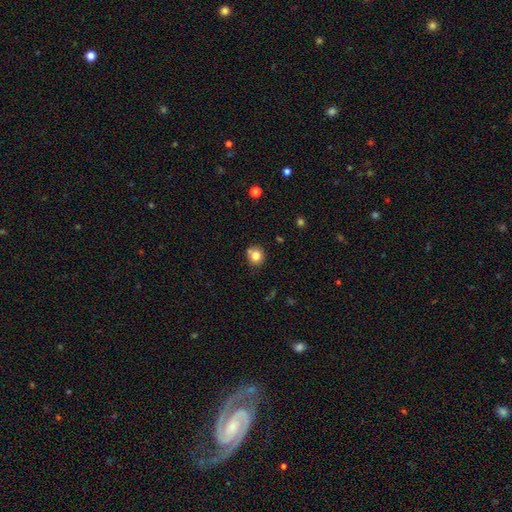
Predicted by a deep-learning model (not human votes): The model was most divided on "merging": none: 70%, merger: 13%, minor disturbance: 13%, major disturbance: 3%. More confident: how rounded — round (86%); smooth or featured — smooth (80%).